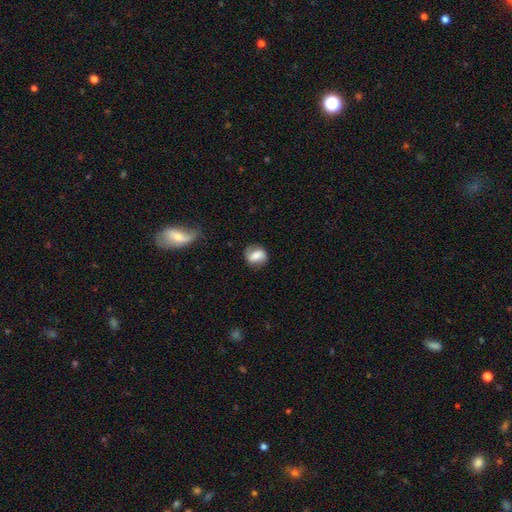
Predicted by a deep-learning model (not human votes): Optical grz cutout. It shows a smooth galaxy with no disk features (56%) that is round (51%). Merging: none (70%).